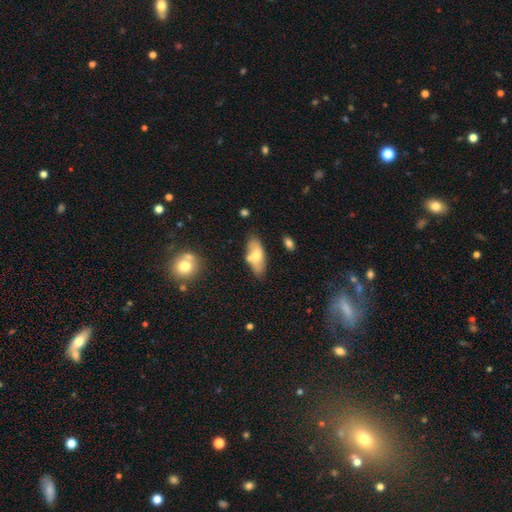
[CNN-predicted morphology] type=smooth (65%); roundness=in between (85%); merging=none (68%).